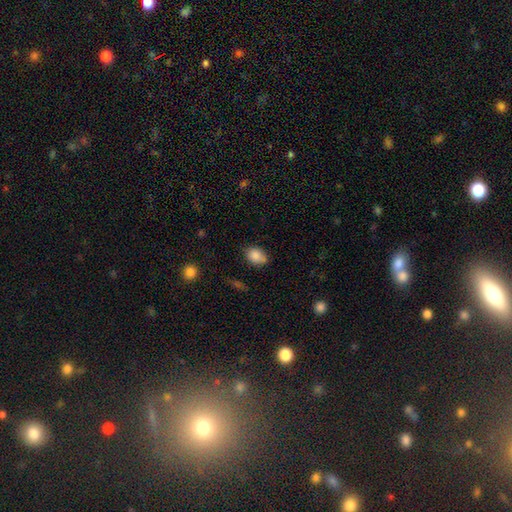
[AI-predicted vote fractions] This appears to be a smooth galaxy with no disk features (84%) that is in between round and cigar-shaped (67%). Merging: none (67%).